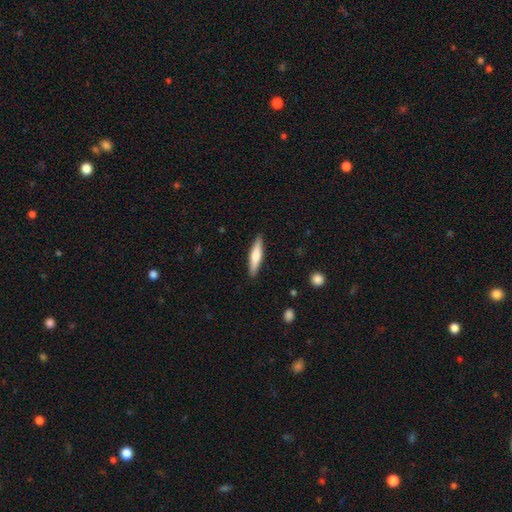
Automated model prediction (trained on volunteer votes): This is possibly a smooth galaxy (58%). How rounded: clearly cigar-shaped (83%). Merging: clearly none (89%).